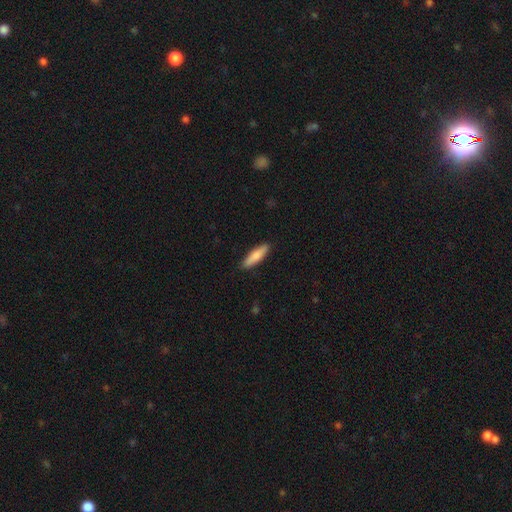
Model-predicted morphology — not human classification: type=smooth (80%); roundness=cigar-shaped (68%); merging=none (90%).